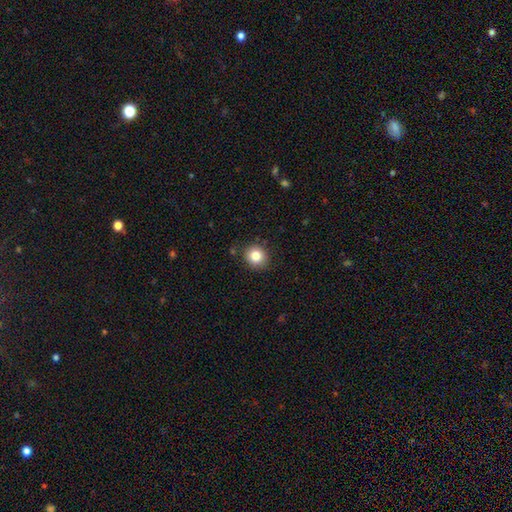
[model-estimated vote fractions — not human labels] smooth 83%, star or artifact 10%, featured or disk 7%. Down the decision tree: how rounded — round (85%); merging — none (87%).